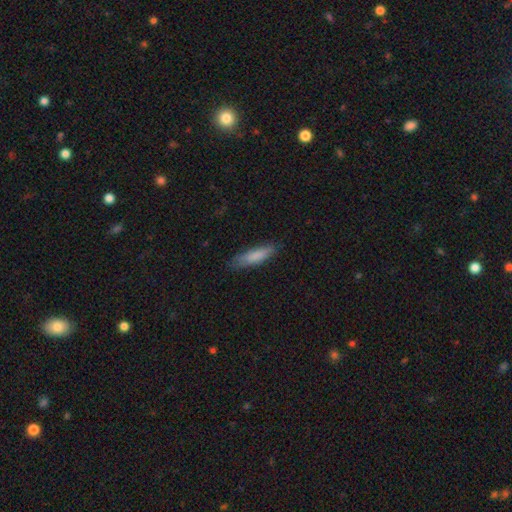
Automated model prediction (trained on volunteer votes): This is clearly a smooth galaxy (81%). How rounded: likely cigar-shaped (72%). Merging: likely none (77%).